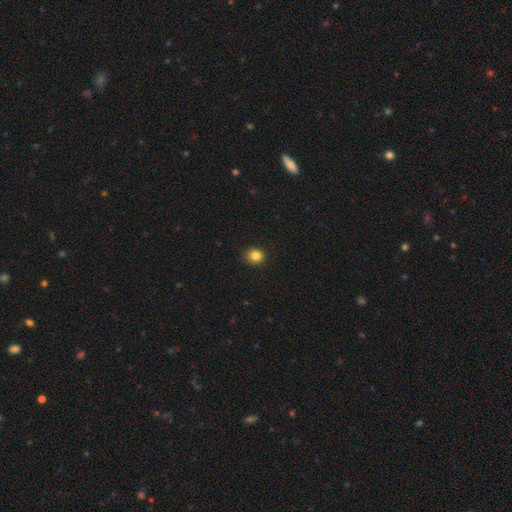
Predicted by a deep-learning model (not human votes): smooth_or_featured: smooth (p=0.84) [alt: star or artifact p=0.11]
how_rounded: round (p=0.80) [alt: in between p=0.19]
merging: none (p=0.88) [alt: minor disturbance p=0.09]